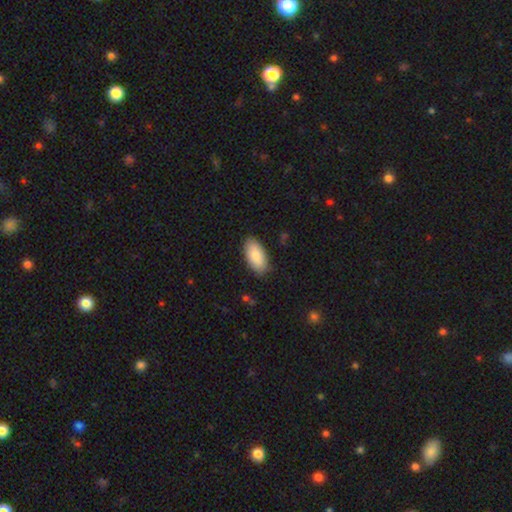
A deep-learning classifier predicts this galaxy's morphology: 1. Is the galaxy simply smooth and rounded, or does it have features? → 87% smooth, 7% featured or disk, 6% star or artifact.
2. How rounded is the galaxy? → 93% in between, 5% cigar-shaped, 2% round.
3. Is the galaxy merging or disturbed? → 85% none, 11% minor disturbance, 2% major disturbance, 1% merger.